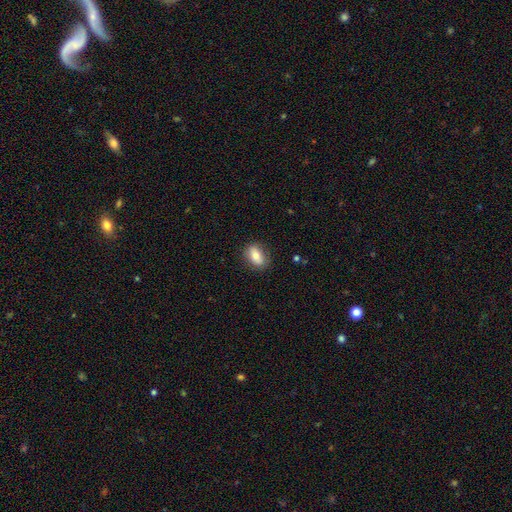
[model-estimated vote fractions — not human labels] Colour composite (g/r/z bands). It shows a smooth galaxy with no disk features (73%) that is in between round and cigar-shaped (83%). Merging: none (81%).